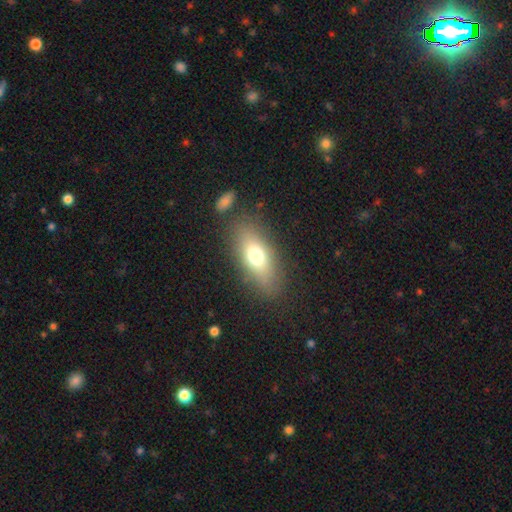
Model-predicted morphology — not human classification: A smooth galaxy with no disk features (70%) that is in between round and cigar-shaped (80%). Merging: none (81%).